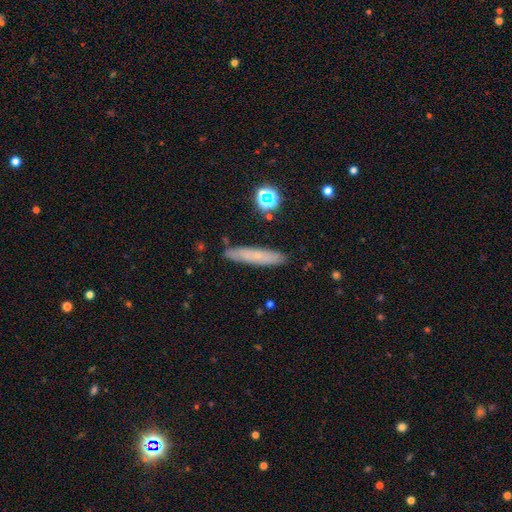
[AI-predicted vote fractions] Smooth or featured?
  - smooth: 55% *
  - featured or disk: 34%
  - star or artifact: 10%
How rounded?
  - cigar-shaped: 87% *
  - in between: 10%
  - round: 2%
Merging?
  - none: 83% *
  - minor disturbance: 12%
  - major disturbance: 2%
  - merger: 2%